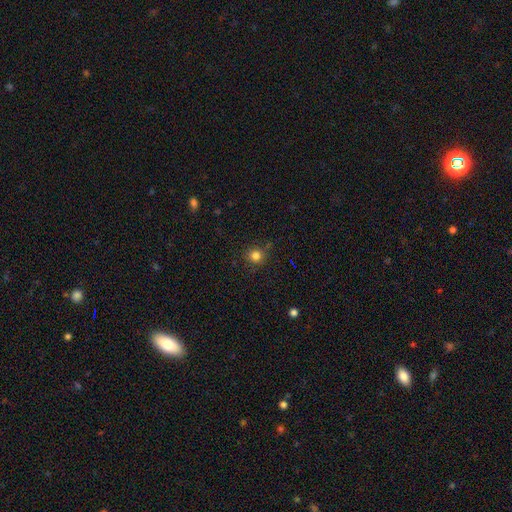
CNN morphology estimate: Q: Smooth or featured?
A: smooth (82%); runner-up: star or artifact (14%)
Q: How rounded?
A: round (92%); runner-up: in between (7%)
Q: Merging?
A: none (85%); runner-up: minor disturbance (10%)